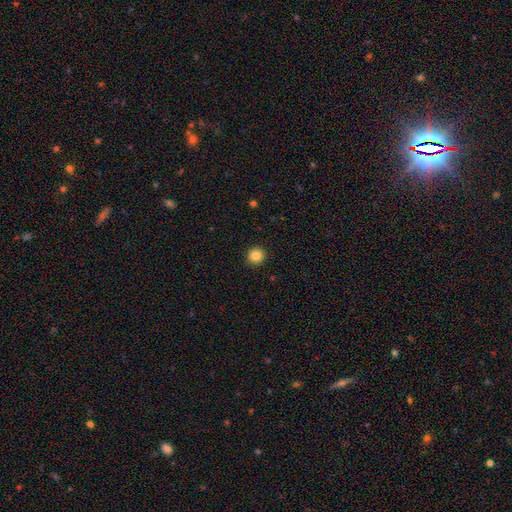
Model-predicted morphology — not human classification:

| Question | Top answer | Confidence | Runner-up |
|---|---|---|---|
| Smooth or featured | smooth | 86% | star or artifact (11%) |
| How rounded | round | 92% | in between (7%) |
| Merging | none | 91% | minor disturbance (6%) |